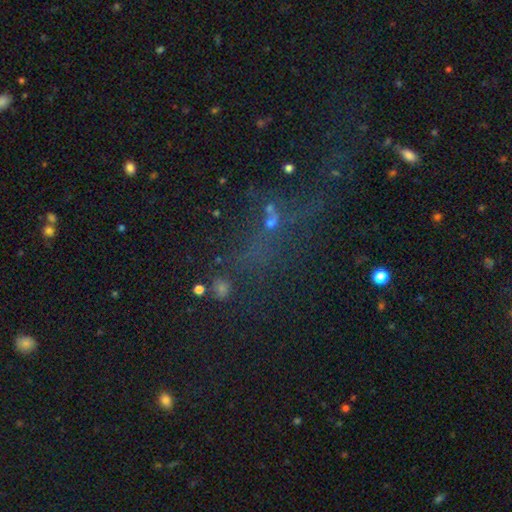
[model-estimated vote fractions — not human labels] Smooth or featured? Predicted: star or artifact (p=0.52).